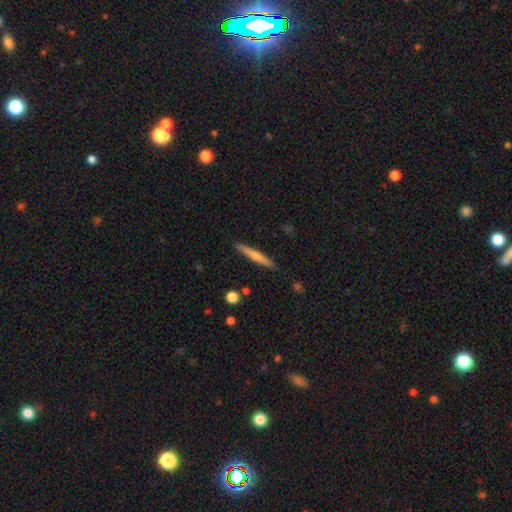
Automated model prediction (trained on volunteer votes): A smooth galaxy with no disk features (57%) that is cigar-shaped (95%). Merging: none (90%).